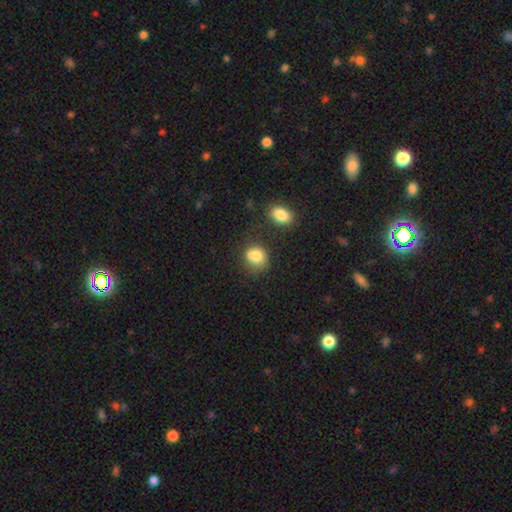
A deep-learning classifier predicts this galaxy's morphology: smooth 79%, featured or disk 11%, star or artifact 10%. Down the decision tree: how rounded — round (62%); merging — none (44%).